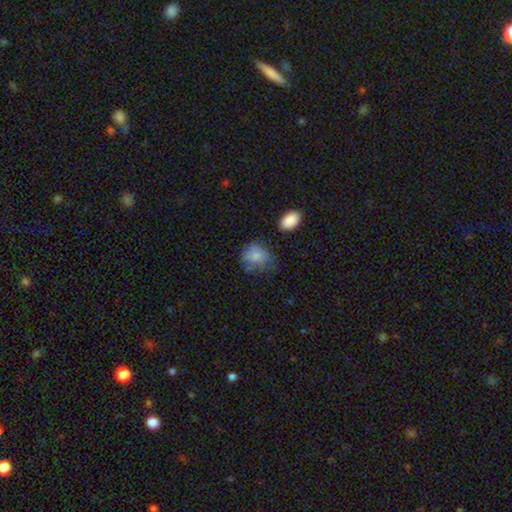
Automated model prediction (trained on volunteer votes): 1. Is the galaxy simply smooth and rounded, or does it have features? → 82% smooth, 9% star or artifact, 9% featured or disk.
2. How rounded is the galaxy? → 50% round, 49% in between, 1% cigar-shaped.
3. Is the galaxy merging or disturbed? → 54% none, 29% minor disturbance, 12% major disturbance, 5% merger.